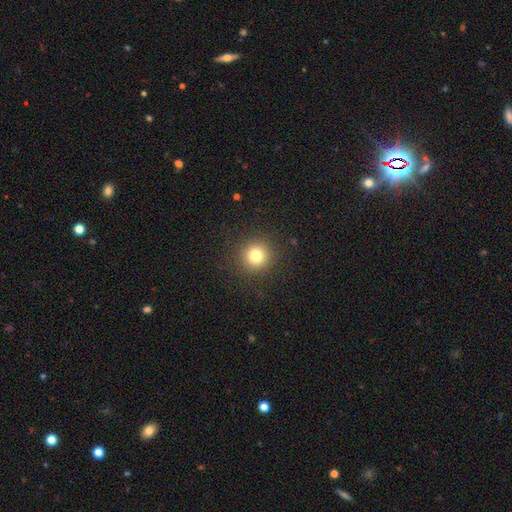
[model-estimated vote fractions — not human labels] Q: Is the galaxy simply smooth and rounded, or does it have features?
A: smooth — 78%.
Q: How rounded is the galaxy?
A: round — 95%.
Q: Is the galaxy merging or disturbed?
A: none — 91%.